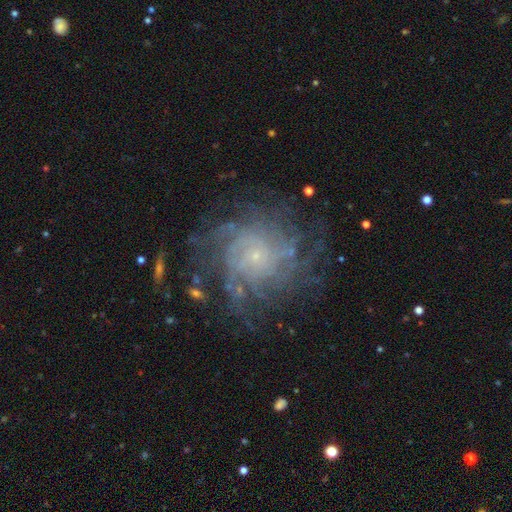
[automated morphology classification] Smooth or featured? Predicted: featured or disk (p=0.80). Edge-on disk? Predicted: no (p=0.97). Bar? Predicted: no (p=0.80). Spiral arms? Predicted: yes (p=0.93). Spiral winding? Predicted: tight (p=0.63). Spiral arm count? Predicted: can't tell (p=0.31). Bulge size? Predicted: small (p=0.85). Merging? Predicted: none (p=0.71).